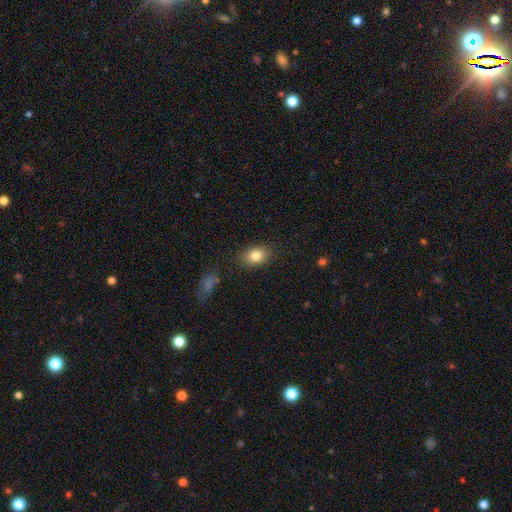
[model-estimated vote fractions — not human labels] Smooth or featured?
  - smooth: 83% *
  - star or artifact: 9%
  - featured or disk: 9%
How rounded?
  - in between: 76% *
  - round: 23%
  - cigar-shaped: 1%
Merging?
  - none: 84% *
  - minor disturbance: 11%
  - major disturbance: 3%
  - merger: 2%